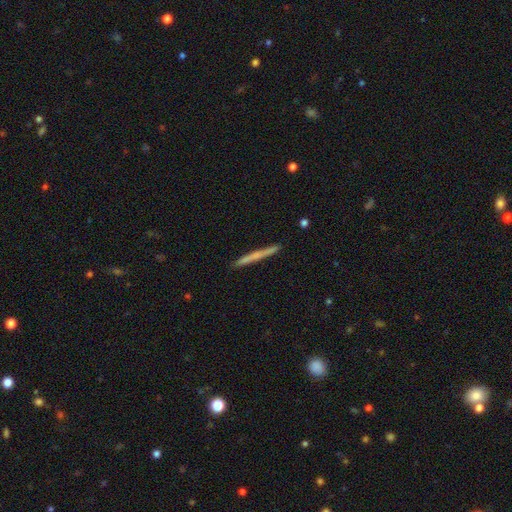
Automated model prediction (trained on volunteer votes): Overall: smooth (51%; featured or disk 43%). How rounded: cigar-shaped (97%). Merging: none (90%).